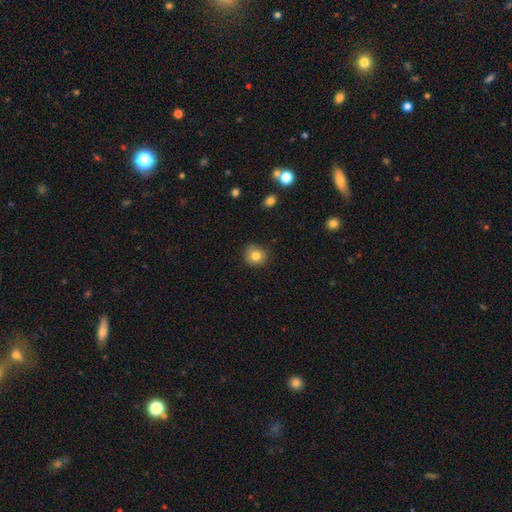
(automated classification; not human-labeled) smooth_or_featured: smooth (p=0.81) [alt: star or artifact p=0.11]
how_rounded: round (p=0.89) [alt: in between p=0.10]
merging: none (p=0.87) [alt: minor disturbance p=0.10]